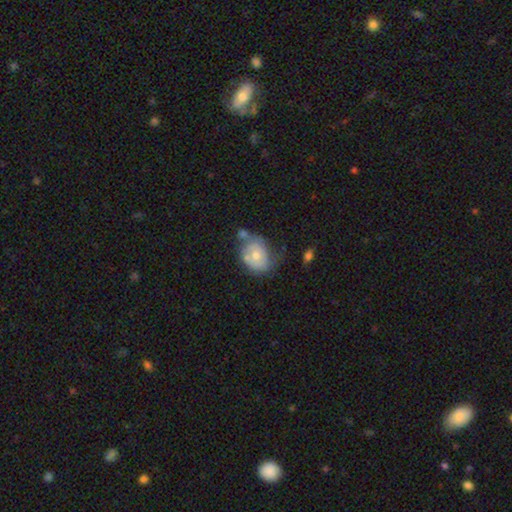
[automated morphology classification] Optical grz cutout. It shows a smooth galaxy with no disk features (53%) that is in between round and cigar-shaped (55%). Merging: none (36%).